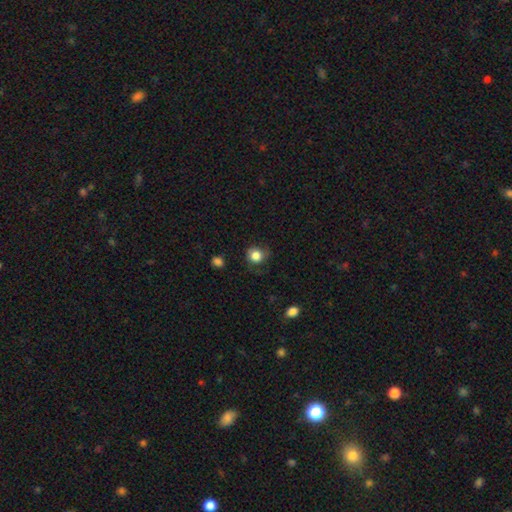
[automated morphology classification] smooth 82%, star or artifact 10%, featured or disk 8%. Down the decision tree: how rounded — round (83%); merging — none (66%).